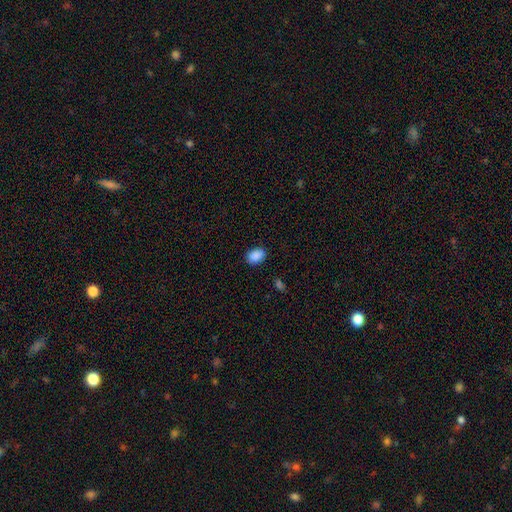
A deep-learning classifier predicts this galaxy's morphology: A smooth galaxy with no disk features (89%) that is in between round and cigar-shaped (80%).

Vote fractions:
- Smooth or featured? smooth: 89% / star or artifact: 8% / featured or disk: 3%
- How rounded? in between: 80% / round: 19% / cigar-shaped: 1%
- Merging? none: 84% / minor disturbance: 12% / major disturbance: 3% / merger: 1%